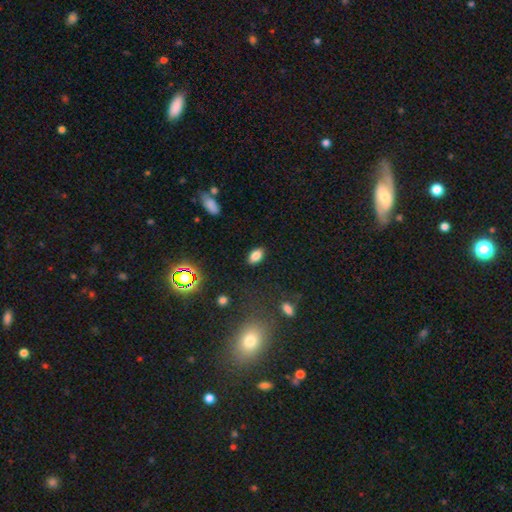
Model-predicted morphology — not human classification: The model was most divided on "smooth or featured": smooth: 81%, star or artifact: 12%, featured or disk: 7%. More confident: how rounded — in between (90%); merging — none (87%).